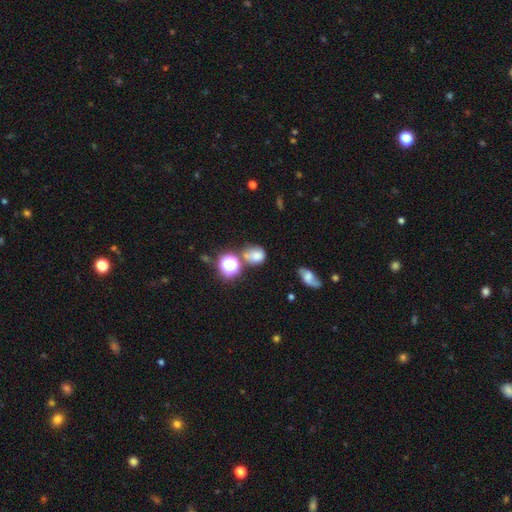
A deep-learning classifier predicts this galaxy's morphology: Smooth or featured?
  - smooth: 68% *
  - star or artifact: 19%
  - featured or disk: 13%
How rounded?
  - round: 56% *
  - in between: 43%
  - cigar-shaped: 1%
Merging?
  - none: 46% *
  - minor disturbance: 22%
  - merger: 21%
  - major disturbance: 11%